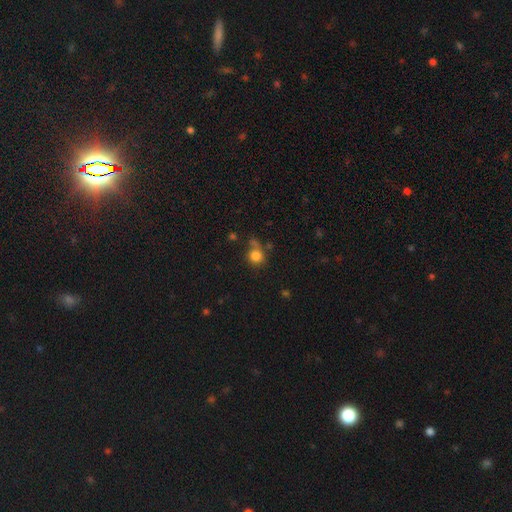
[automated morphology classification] Smooth or featured? Predicted: smooth (p=0.81). How rounded? Predicted: round (p=0.88). Merging? Predicted: none (p=0.62).